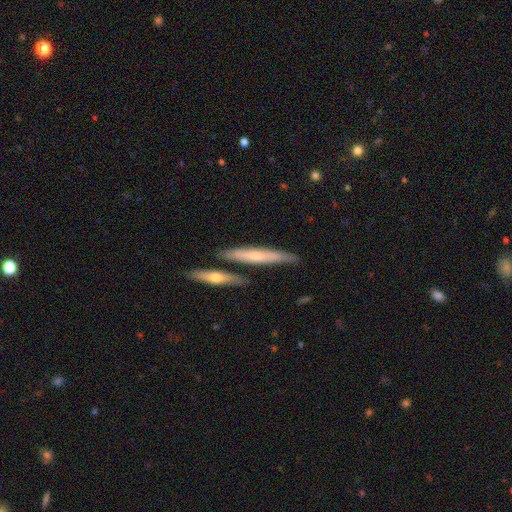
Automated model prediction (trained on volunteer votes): Smooth or featured? Predicted: featured or disk (p=0.49). Merging? Predicted: none (p=0.76).